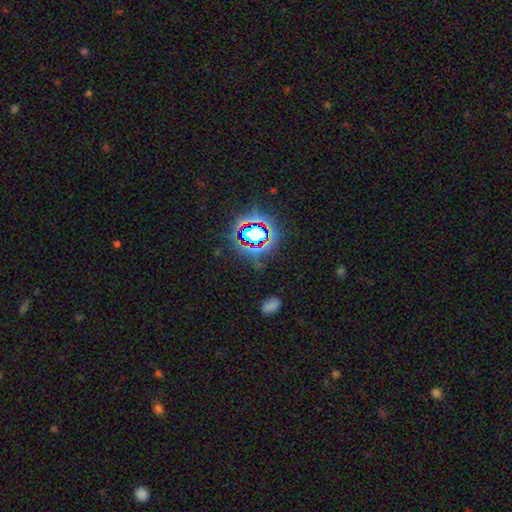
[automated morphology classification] A star or artifact, not a galaxy (73%).

Vote fractions:
- Smooth or featured? star or artifact: 73% / smooth: 16% / featured or disk: 11%